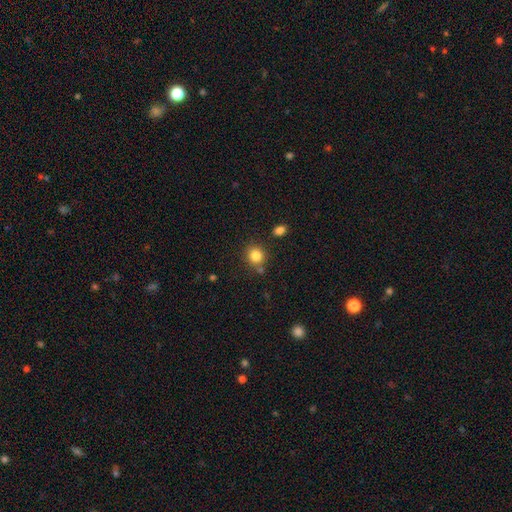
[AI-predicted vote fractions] The model was most divided on "merging": none: 76%, minor disturbance: 11%, merger: 10%, major disturbance: 3%. More confident: how rounded — round (85%); smooth or featured — smooth (83%).